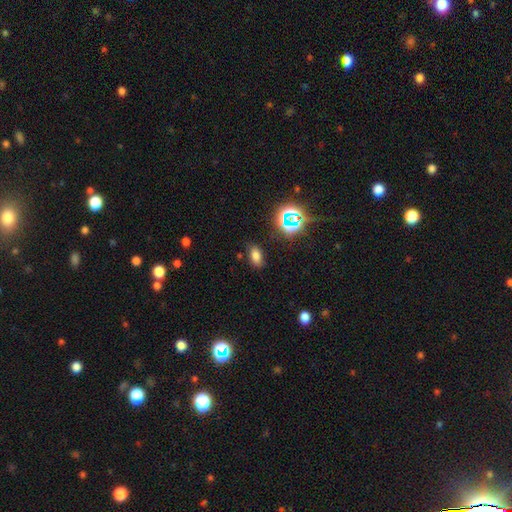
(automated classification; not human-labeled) Smooth or featured? Predicted: smooth (p=0.69). How rounded? Predicted: in between (p=0.88). Merging? Predicted: none (p=0.81).